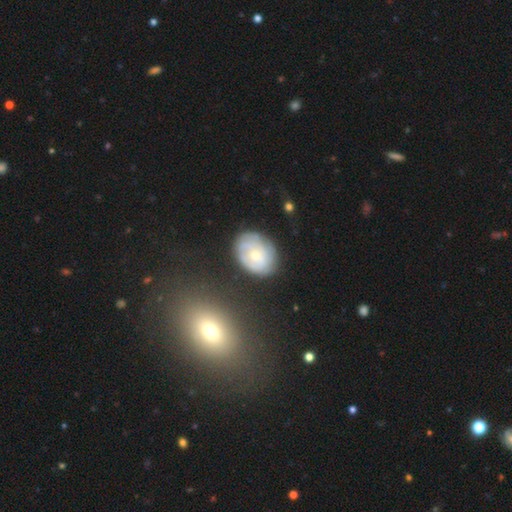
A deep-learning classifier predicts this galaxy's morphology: This appears to be a featured or disk galaxy (54%) with no bar (80%), spiral arms (62%) and a small central bulge (64%). Merging: none (68%).